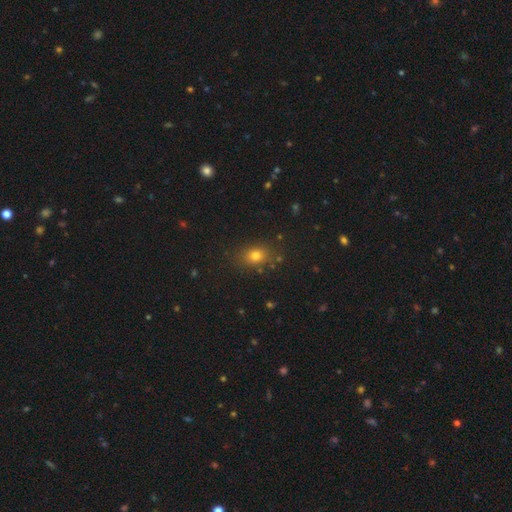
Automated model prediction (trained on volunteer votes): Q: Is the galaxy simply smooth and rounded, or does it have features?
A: smooth — 75%.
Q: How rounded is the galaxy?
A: in between — 54%.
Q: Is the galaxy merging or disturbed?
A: none — 82%.